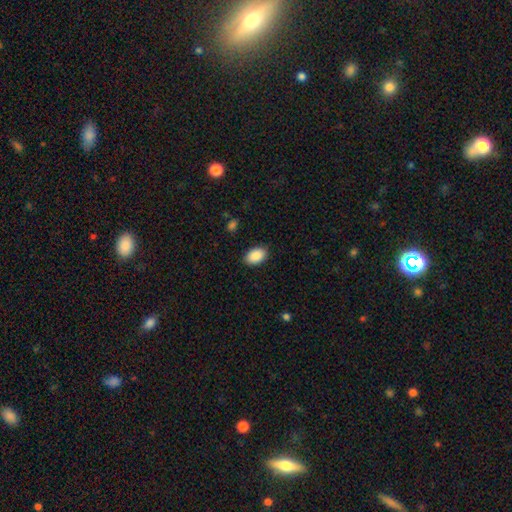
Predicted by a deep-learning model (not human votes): smooth_or_featured: smooth (p=0.90) [alt: star or artifact p=0.07]
how_rounded: in between (p=0.91) [alt: round p=0.08]
merging: none (p=0.87) [alt: minor disturbance p=0.10]